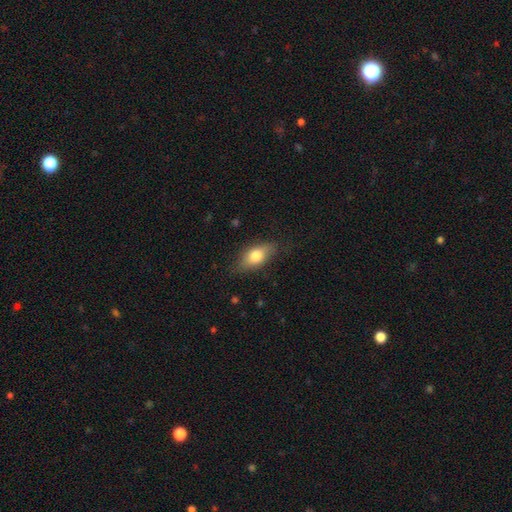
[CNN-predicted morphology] Smooth or featured? Predicted: smooth (p=0.73). How rounded? Predicted: in between (p=0.82). Merging? Predicted: none (p=0.77).